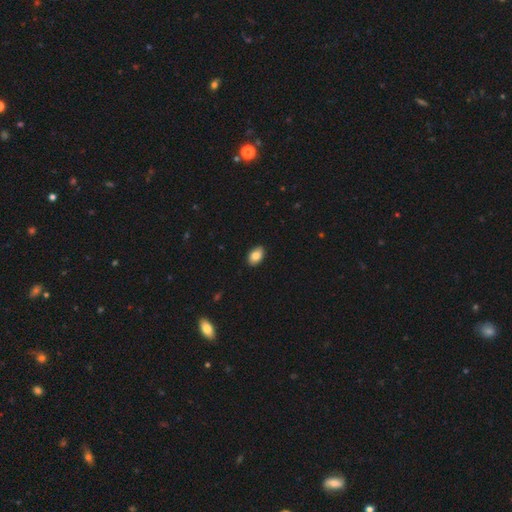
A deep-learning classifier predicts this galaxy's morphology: This appears to be a smooth galaxy with no disk features (85%) that is in between round and cigar-shaped (89%). Merging: none (90%).